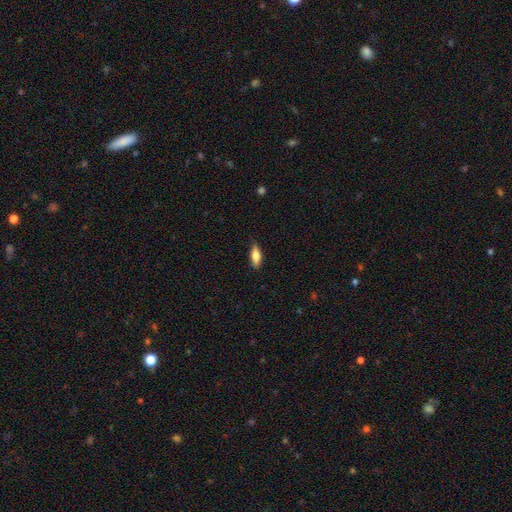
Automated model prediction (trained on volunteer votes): This is likely a smooth galaxy (77%). How rounded: likely in between (66%). Merging: clearly none (83%).